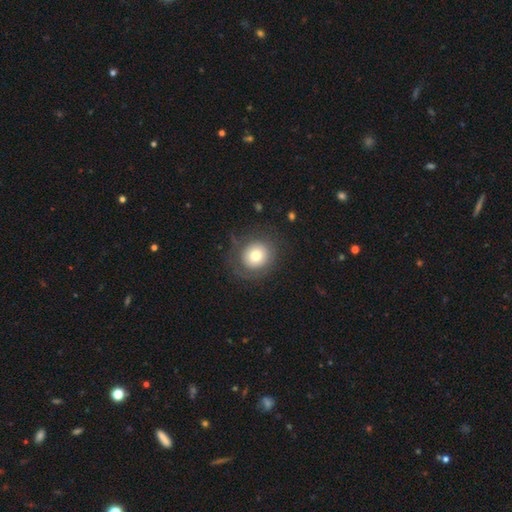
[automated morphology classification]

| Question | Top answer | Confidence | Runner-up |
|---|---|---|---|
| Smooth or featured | smooth | 69% | featured or disk (20%) |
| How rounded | round | 86% | in between (13%) |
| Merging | none | 77% | minor disturbance (13%) |